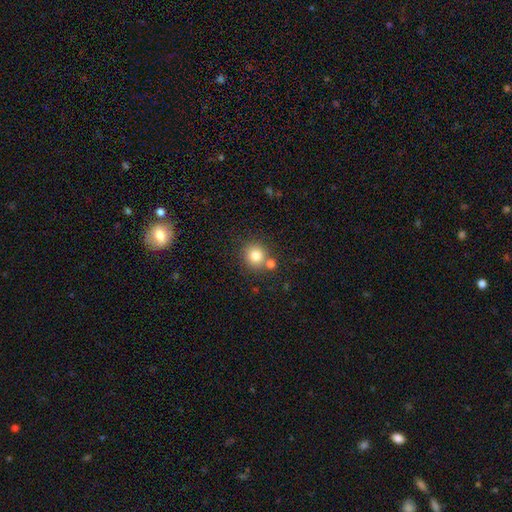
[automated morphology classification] smooth 81%, star or artifact 11%, featured or disk 8%. Down the decision tree: how rounded — round (90%); merging — none (72%).